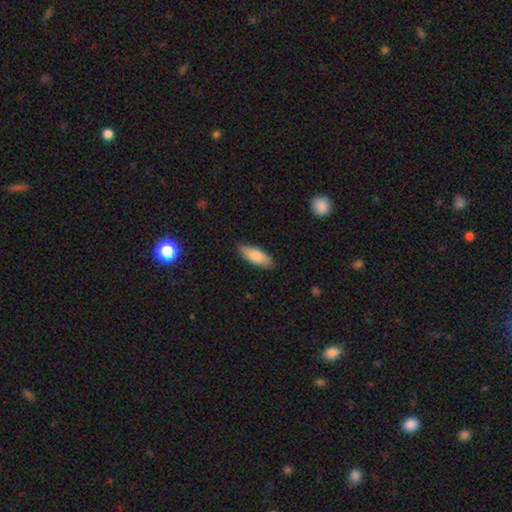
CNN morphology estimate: A smooth galaxy with no disk features (80%) that is in between round and cigar-shaped (71%).

Vote fractions:
- Smooth or featured? smooth: 80% / featured or disk: 14% / star or artifact: 6%
- How rounded? in between: 71% / cigar-shaped: 27% / round: 2%
- Merging? none: 87% / minor disturbance: 10% / major disturbance: 2% / merger: 1%